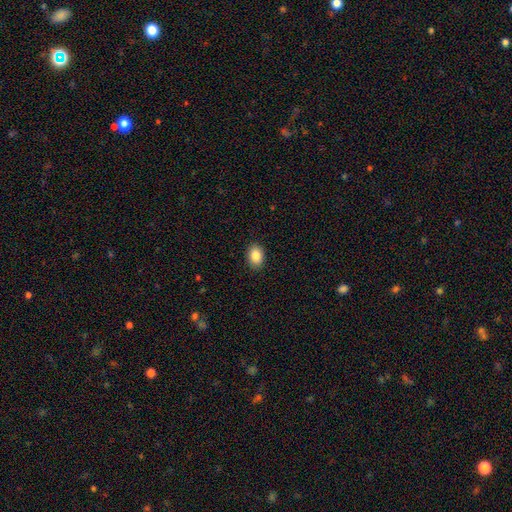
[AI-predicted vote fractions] The model was most divided on "how rounded": in between: 79%, round: 20%, cigar-shaped: 1%. More confident: merging — none (90%); smooth or featured — smooth (87%).